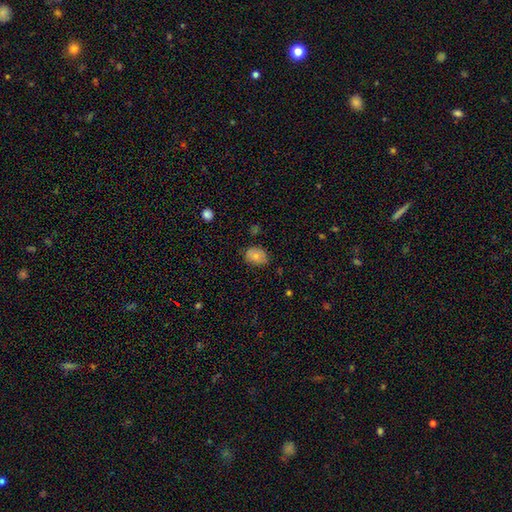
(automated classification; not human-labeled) Smooth or featured: smooth — 77% (featured or disk — 13%)
How rounded: in between — 72% (round — 27%)
Merging: none — 77% (minor disturbance — 19%)